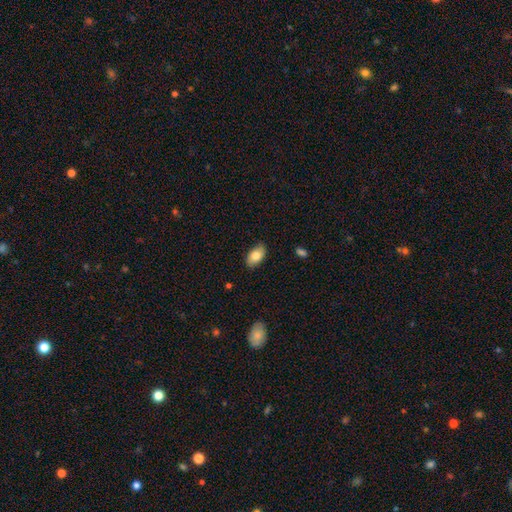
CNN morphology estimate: Smooth or featured? Predicted: smooth (p=0.81). How rounded? Predicted: in between (p=0.93). Merging? Predicted: none (p=0.83).